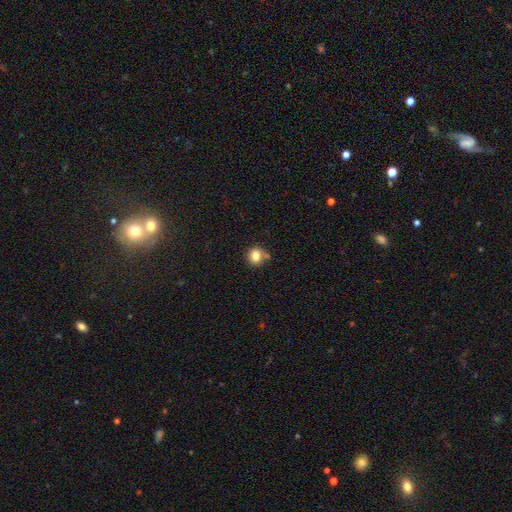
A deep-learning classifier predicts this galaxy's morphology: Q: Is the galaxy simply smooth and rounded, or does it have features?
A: smooth — 81%.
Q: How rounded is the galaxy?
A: round — 76%.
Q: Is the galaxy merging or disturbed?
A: none — 69%.